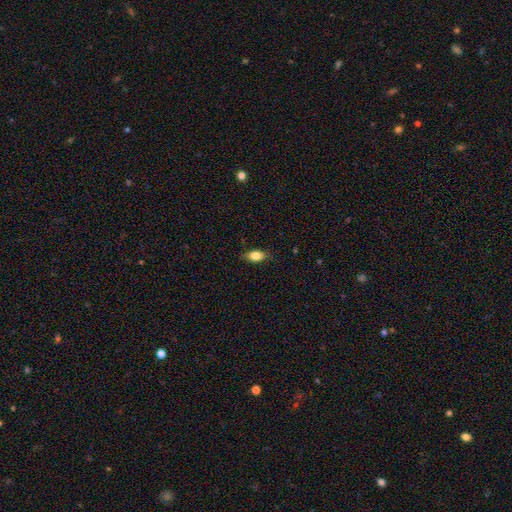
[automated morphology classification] Smooth or featured?
  - smooth: 77% *
  - featured or disk: 15%
  - star or artifact: 8%
How rounded?
  - in between: 83% *
  - cigar-shaped: 10%
  - round: 7%
Merging?
  - none: 82% *
  - minor disturbance: 15%
  - major disturbance: 3%
  - merger: 1%